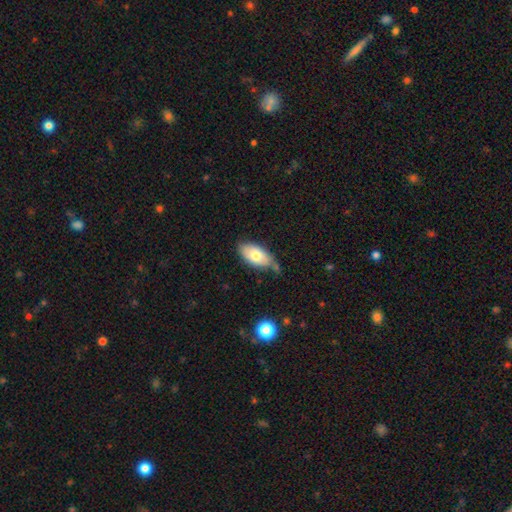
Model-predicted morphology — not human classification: Smooth or featured: smooth — 74% (featured or disk — 20%)
How rounded: in between — 93% (cigar-shaped — 4%)
Merging: none — 56% (minor disturbance — 29%)